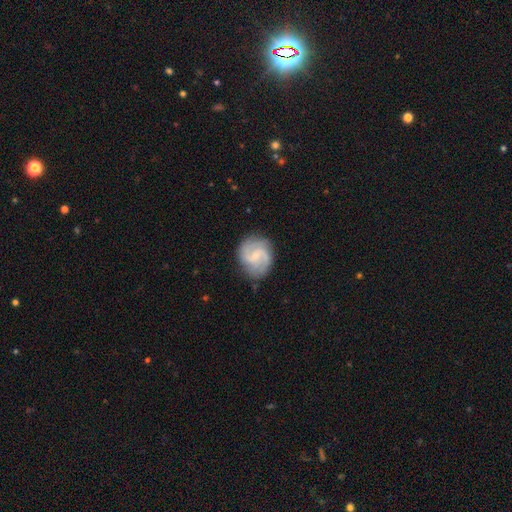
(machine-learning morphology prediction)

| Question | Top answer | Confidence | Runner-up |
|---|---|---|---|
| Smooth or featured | featured or disk | 82% | smooth (12%) |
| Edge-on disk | no | 98% | yes (2%) |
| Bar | weak | 53% | no (37%) |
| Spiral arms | yes | 96% | no (4%) |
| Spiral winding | medium | 53% | tight (26%) |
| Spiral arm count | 2 | 73% | 3 (11%) |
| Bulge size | small | 73% | moderate (19%) |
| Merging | none | 80% | minor disturbance (14%) |